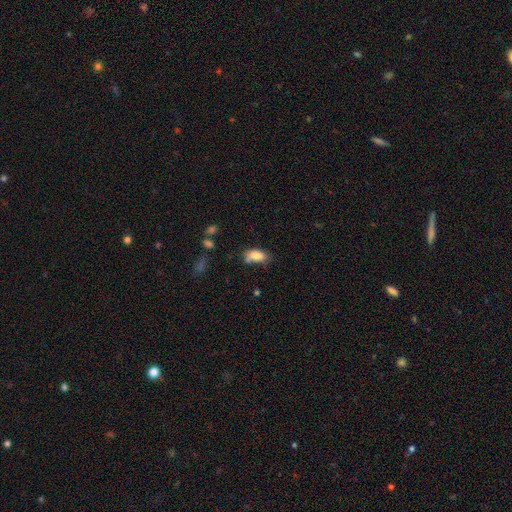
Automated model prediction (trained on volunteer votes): This appears to be a smooth galaxy with no disk features (83%) that is in between round and cigar-shaped (90%). Merging: none (48%).